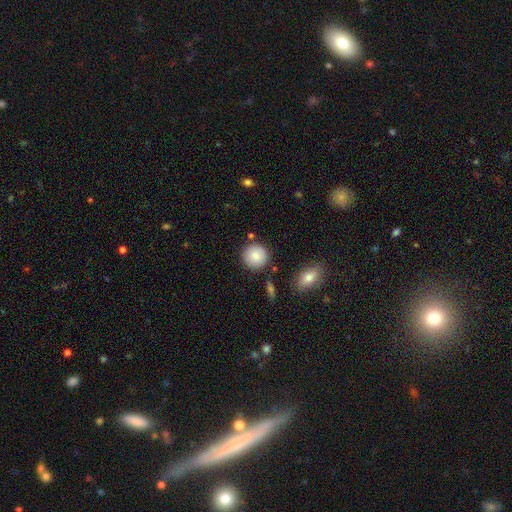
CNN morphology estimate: Smooth or featured?
  - smooth: 86% *
  - star or artifact: 7%
  - featured or disk: 7%
How rounded?
  - round: 93% *
  - in between: 6%
  - cigar-shaped: 1%
Merging?
  - none: 87% *
  - minor disturbance: 8%
  - merger: 3%
  - major disturbance: 2%